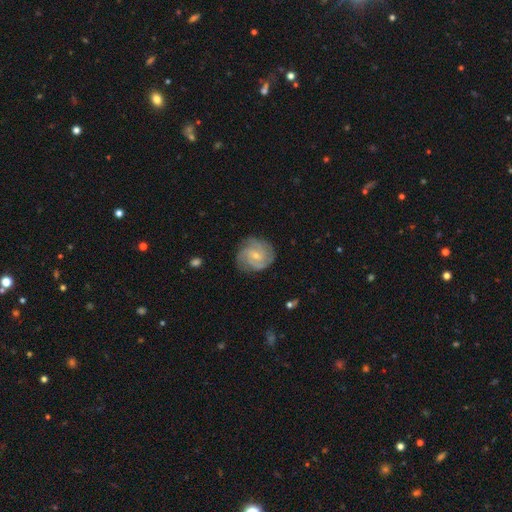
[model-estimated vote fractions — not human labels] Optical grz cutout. It shows a featured or disk galaxy (80%) with no bar (47%), 3 (39%) tight (52%) spiral arms (96%) and a small central bulge (66%). Merging: none (78%).